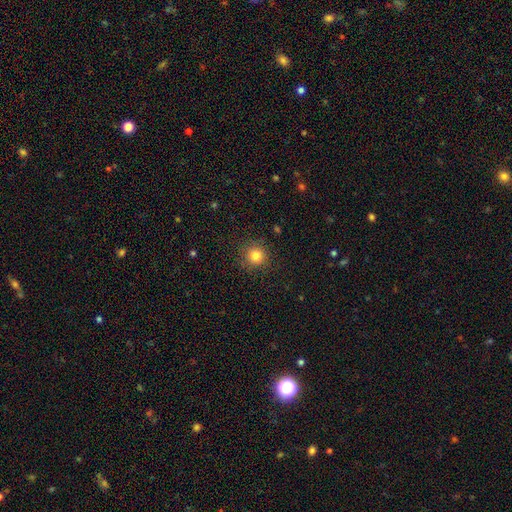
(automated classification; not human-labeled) A smooth galaxy with no disk features (83%) that is round (94%). Merging: none (88%).